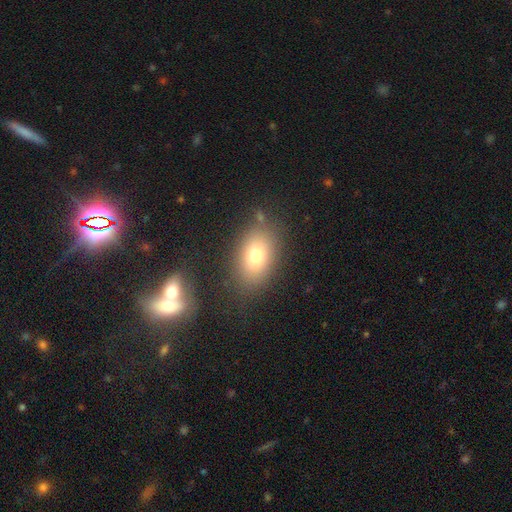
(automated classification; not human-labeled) The model was most divided on "smooth or featured": smooth: 75%, featured or disk: 13%, star or artifact: 11%. More confident: how rounded — in between (83%); merging — none (78%).